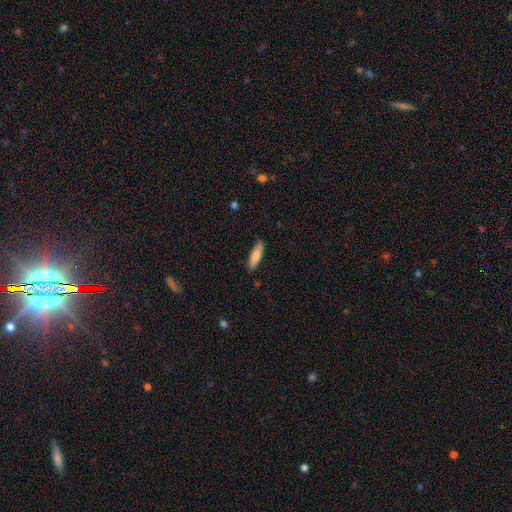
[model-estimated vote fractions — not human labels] smooth_or_featured: smooth (p=0.81) [alt: featured or disk p=0.13]
how_rounded: cigar-shaped (p=0.66) [alt: in between p=0.33]
merging: none (p=0.86) [alt: minor disturbance p=0.11]